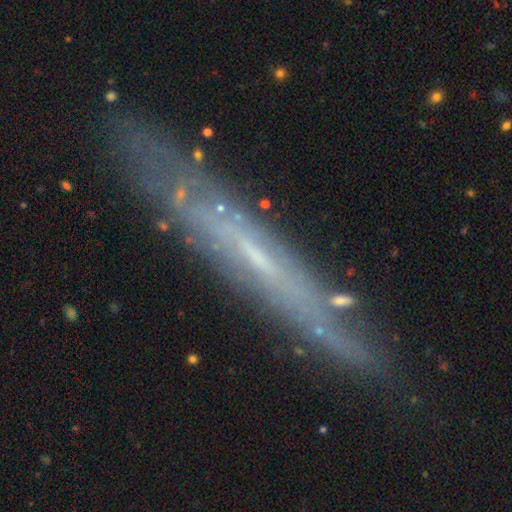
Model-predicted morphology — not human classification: Q: Smooth or featured?
A: featured or disk (70%); runner-up: smooth (19%)
Q: Edge-on disk?
A: yes (69%); runner-up: no (31%)
Q: Merging?
A: none (81%); runner-up: minor disturbance (14%)